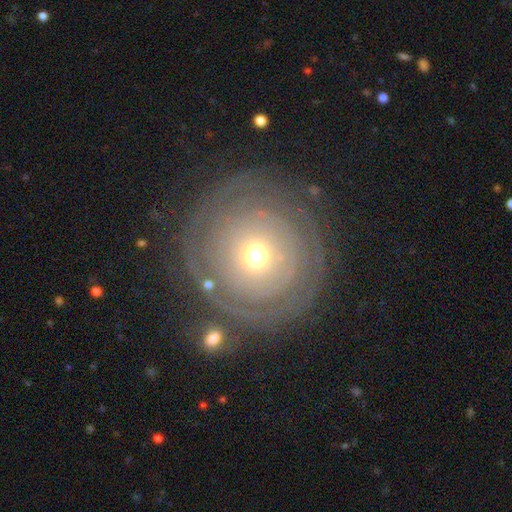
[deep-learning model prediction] Smooth or featured: featured or disk — 75% (smooth — 18%)
Edge-on disk: no — 97% (yes — 3%)
Bar: no — 85% (weak — 11%)
Spiral arms: yes — 78% (no — 22%)
Spiral winding: tight — 81% (medium — 13%)
Spiral arm count: can't tell — 43% (2 — 19%)
Bulge size: moderate — 49% (small — 43%)
Merging: none — 75% (minor disturbance — 13%)